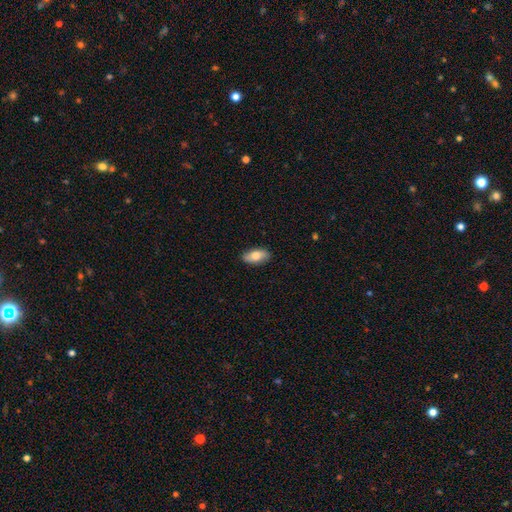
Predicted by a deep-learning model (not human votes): A smooth galaxy with no disk features (79%) that is in between round and cigar-shaped (90%).

Vote fractions:
- Smooth or featured? smooth: 79% / featured or disk: 15% / star or artifact: 6%
- How rounded? in between: 90% / cigar-shaped: 6% / round: 3%
- Merging? none: 88% / minor disturbance: 10% / major disturbance: 2% / merger: 1%